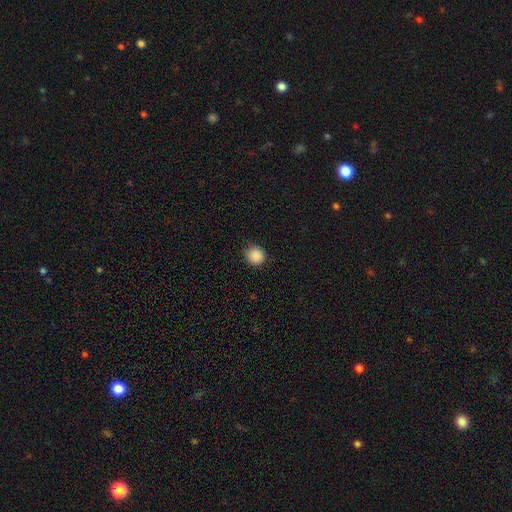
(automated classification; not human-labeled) The model was most divided on "merging": none: 80%, minor disturbance: 16%, major disturbance: 3%, merger: 1%. More confident: how rounded — round (91%); smooth or featured — smooth (88%).